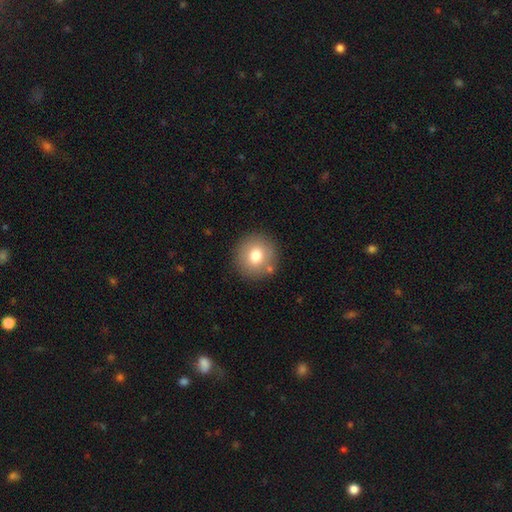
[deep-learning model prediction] A smooth galaxy with no disk features (76%) that is round (93%).

Vote fractions:
- Smooth or featured? smooth: 76% / featured or disk: 14% / star or artifact: 10%
- How rounded? round: 93% / in between: 6% / cigar-shaped: 1%
- Merging? none: 86% / minor disturbance: 8% / merger: 3% / major disturbance: 3%